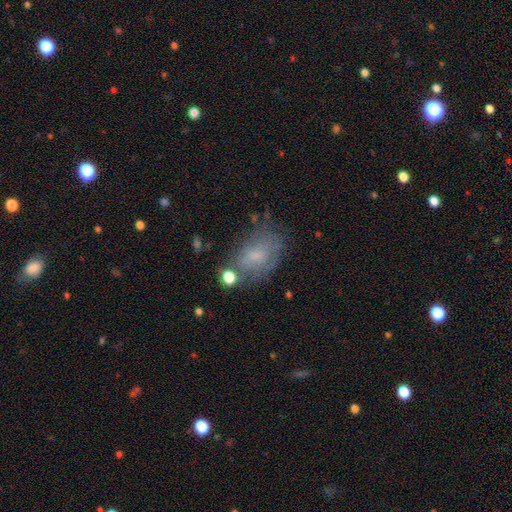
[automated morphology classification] smooth-or-featured: smooth: 49% | featured or disk: 39% | star or artifact: 12%
  merging: none: 53% | minor disturbance: 25% | major disturbance: 15% | merger: 7%